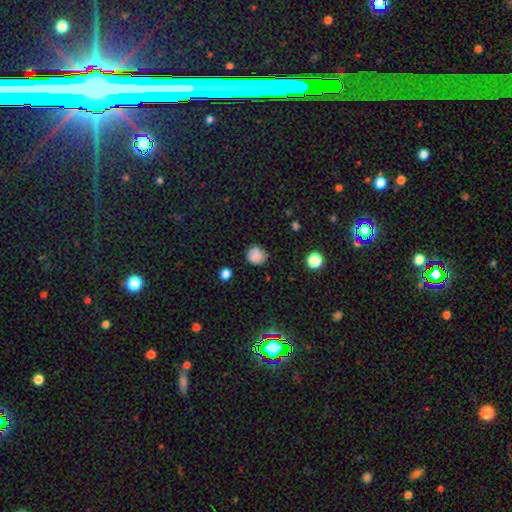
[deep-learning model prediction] Overall: smooth (80%). How rounded: round (81%). Merging: none (72%).